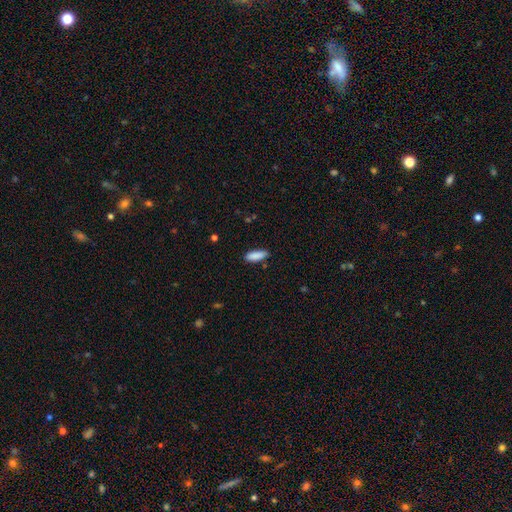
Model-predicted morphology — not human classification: smooth 89%, star or artifact 6%, featured or disk 5%. Down the decision tree: how rounded — in between (60%); merging — none (86%).